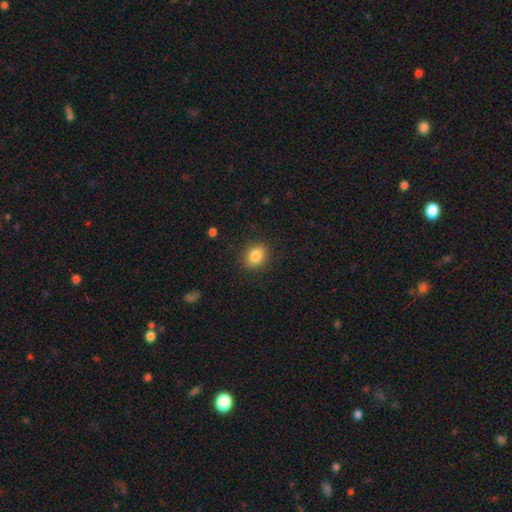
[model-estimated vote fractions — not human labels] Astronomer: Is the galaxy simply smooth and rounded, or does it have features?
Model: smooth — 85%.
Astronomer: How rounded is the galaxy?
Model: round — 55% (runner-up: in between, 44%).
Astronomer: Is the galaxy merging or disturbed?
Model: none — 88%.